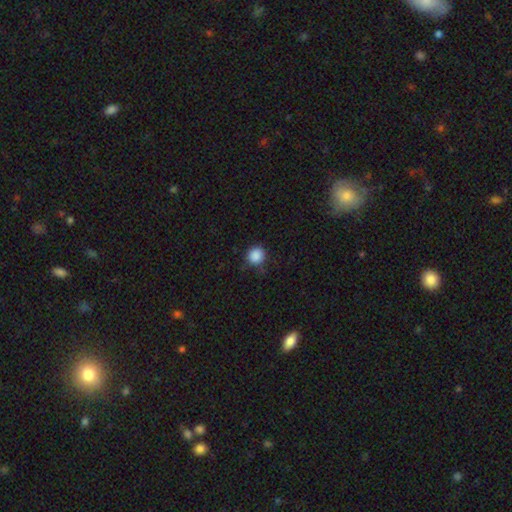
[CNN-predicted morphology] smooth_or_featured: smooth (p=0.87) [alt: star or artifact p=0.10]
how_rounded: round (p=0.90) [alt: in between p=0.09]
merging: none (p=0.83) [alt: minor disturbance p=0.13]